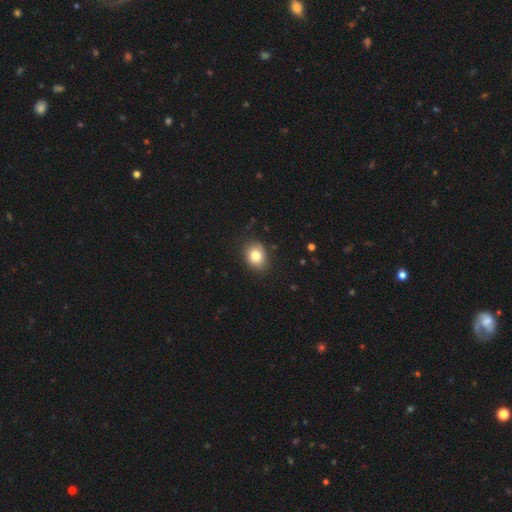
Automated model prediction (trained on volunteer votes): smooth_or_featured: smooth (p=0.81) [alt: star or artifact p=0.09]
how_rounded: in between (p=0.51) [alt: round p=0.48]
merging: none (p=0.86) [alt: minor disturbance p=0.11]